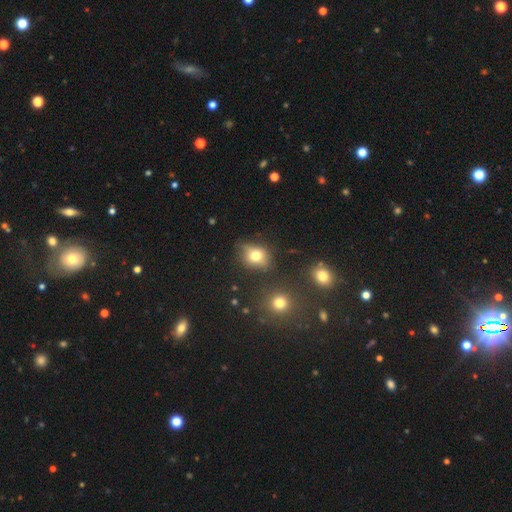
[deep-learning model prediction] A smooth galaxy with no disk features (71%) that is in between round and cigar-shaped (50%).

Vote fractions:
- Smooth or featured? smooth: 71% / featured or disk: 15% / star or artifact: 14%
- How rounded? in between: 50% / round: 48% / cigar-shaped: 2%
- Merging? none: 67% / minor disturbance: 22% / major disturbance: 7% / merger: 5%